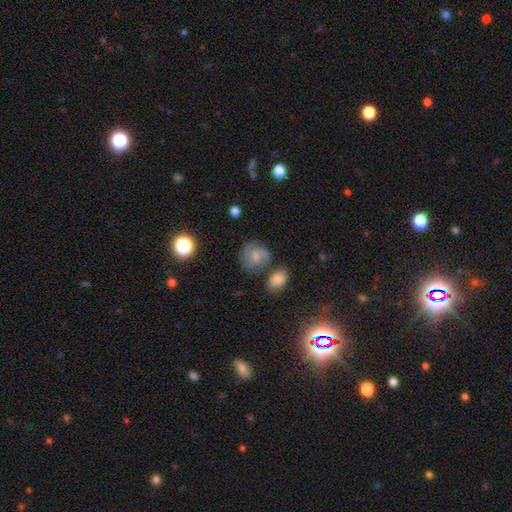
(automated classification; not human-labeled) This is possibly a featured or disk galaxy (47%). Merging: likely none (60%).